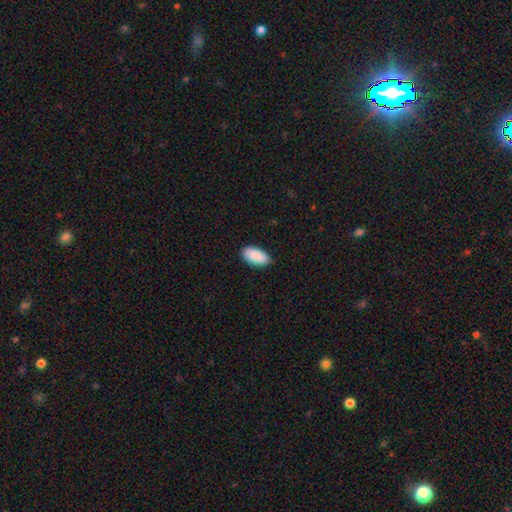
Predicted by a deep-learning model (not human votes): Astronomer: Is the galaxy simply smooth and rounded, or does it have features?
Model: smooth — 90%.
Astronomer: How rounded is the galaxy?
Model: in between — 95%.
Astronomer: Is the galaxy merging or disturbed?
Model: none — 86%.